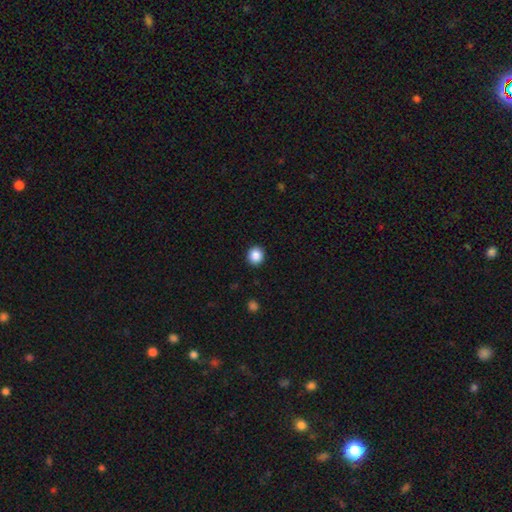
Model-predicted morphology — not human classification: A smooth galaxy with no disk features (88%) that is round (85%). Merging: none (92%).